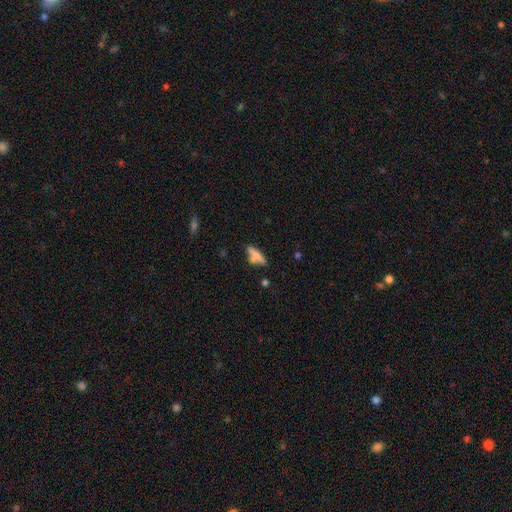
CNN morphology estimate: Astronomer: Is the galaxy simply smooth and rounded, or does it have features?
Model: smooth — 64%.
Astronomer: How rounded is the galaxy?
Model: cigar-shaped — 51% (runner-up: in between, 45%).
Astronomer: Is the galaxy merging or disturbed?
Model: none — 53%.